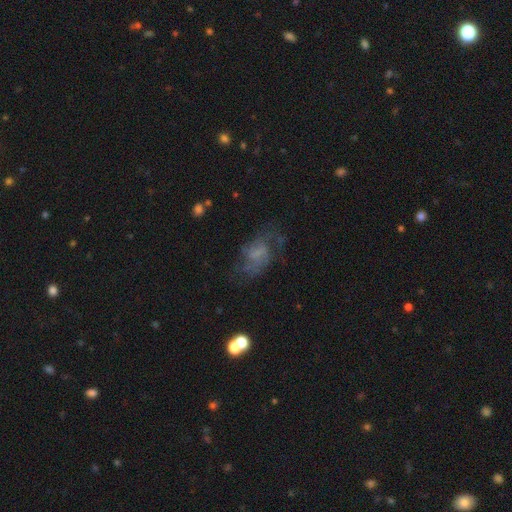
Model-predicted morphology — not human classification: type=featured or disk (59%); edge-on=no (97%); bar=no (59%); spiral arms=yes (76%); bulge=none (53%); merging=none (53%).